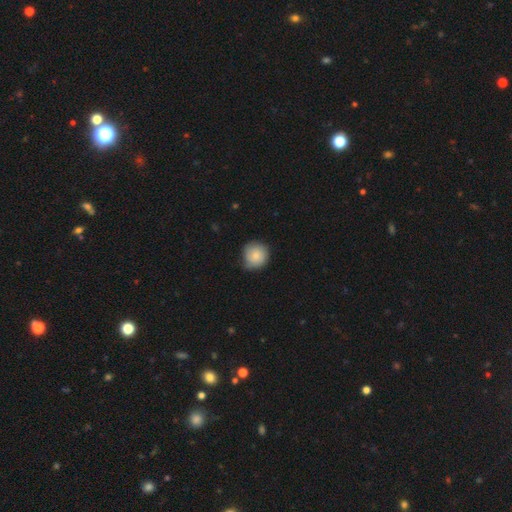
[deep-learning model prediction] Overall: smooth (79%). How rounded: round (92%). Merging: none (69%).